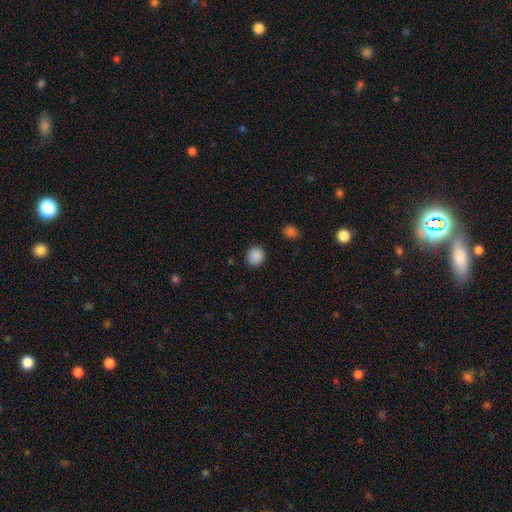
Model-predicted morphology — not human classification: Overall: smooth (88%). How rounded: round (88%). Merging: none (88%).